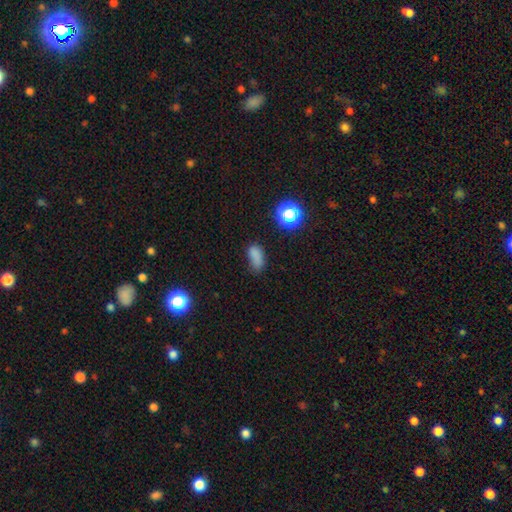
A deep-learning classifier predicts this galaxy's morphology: This is likely a smooth galaxy (76%). How rounded: clearly in between (83%). Merging: possibly none (56%).